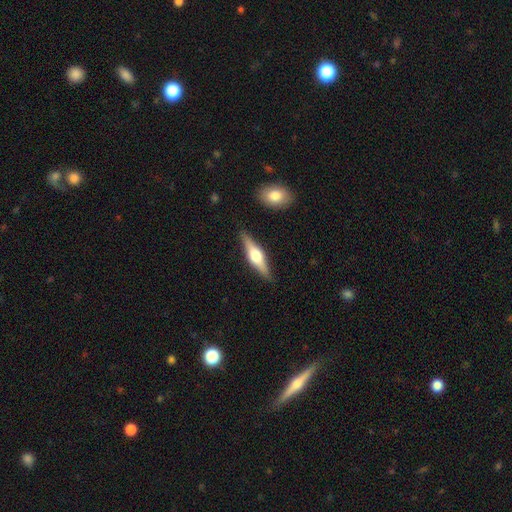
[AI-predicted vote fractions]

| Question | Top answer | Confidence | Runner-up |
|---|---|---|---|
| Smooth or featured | featured or disk | 65% | smooth (30%) |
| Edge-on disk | yes | 96% | no (4%) |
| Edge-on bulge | rounded | 91% | boxy (7%) |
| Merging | none | 88% | minor disturbance (9%) |